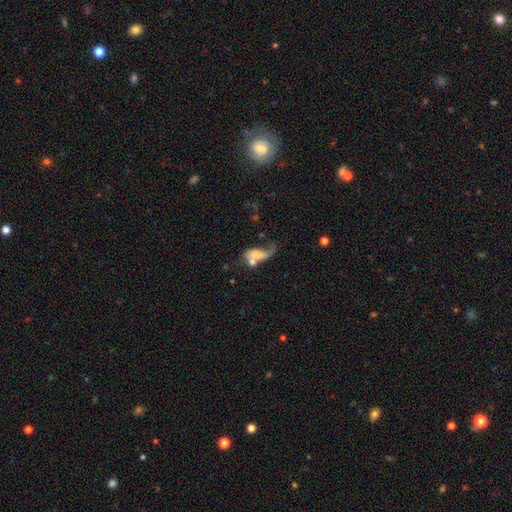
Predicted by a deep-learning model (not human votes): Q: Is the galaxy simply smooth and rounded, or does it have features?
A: smooth — 45%, tied with featured or disk.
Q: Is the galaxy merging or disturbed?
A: merger — 36%.